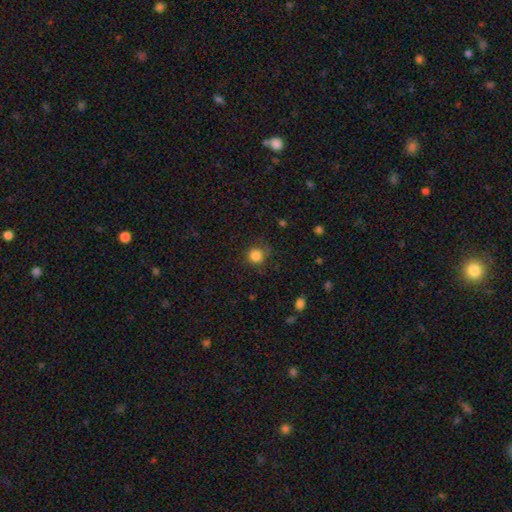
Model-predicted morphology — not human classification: Smooth or featured?
  - smooth: 84% *
  - star or artifact: 12%
  - featured or disk: 4%
How rounded?
  - round: 93% *
  - in between: 7%
  - cigar-shaped: 1%
Merging?
  - none: 81% *
  - minor disturbance: 13%
  - major disturbance: 4%
  - merger: 1%